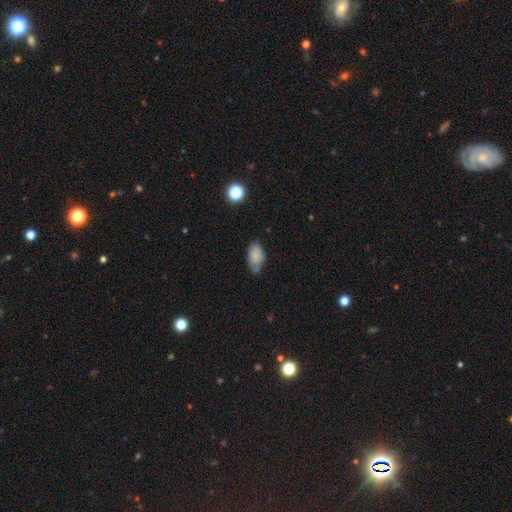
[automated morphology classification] smooth-or-featured: smooth: 83% | star or artifact: 9% | featured or disk: 8%
  how-rounded: in between: 92% | round: 5% | cigar-shaped: 2%
  merging: none: 61% | minor disturbance: 28% | major disturbance: 6% | merger: 4%